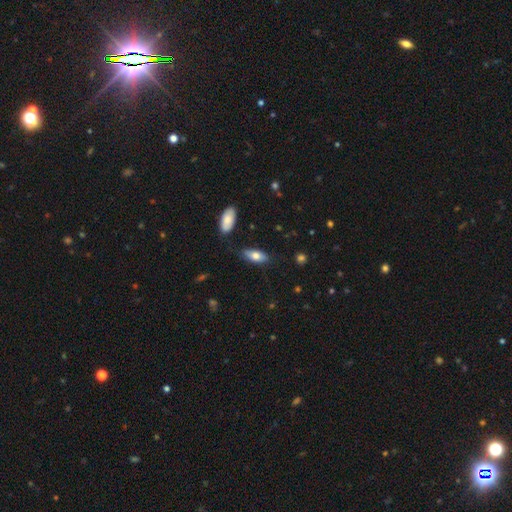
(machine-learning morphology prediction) A smooth galaxy with no disk features (73%) that is in between round and cigar-shaped (82%).

Vote fractions:
- Smooth or featured? smooth: 73% / featured or disk: 20% / star or artifact: 7%
- How rounded? in between: 82% / cigar-shaped: 16% / round: 3%
- Merging? none: 79% / minor disturbance: 15% / major disturbance: 3% / merger: 3%